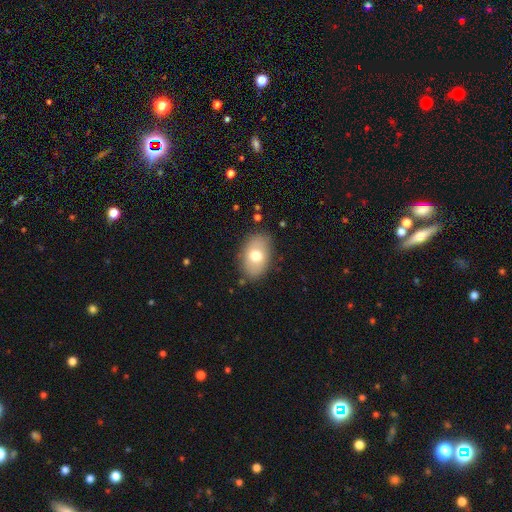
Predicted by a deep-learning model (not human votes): Smooth or featured? smooth (70%)
How rounded? in between (86%)
Merging? none (82%)